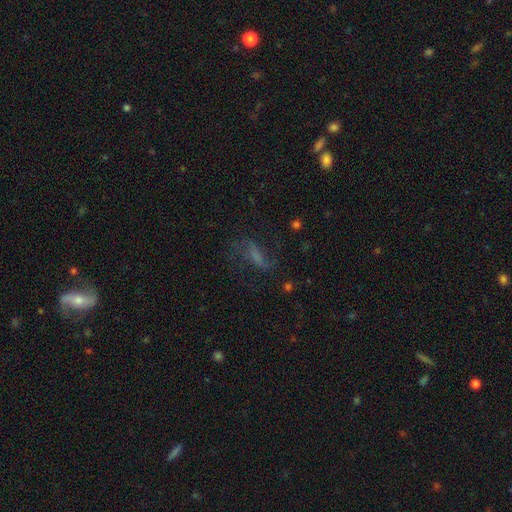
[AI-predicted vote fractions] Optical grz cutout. It shows a featured or disk galaxy (44%). Merging: none (54%).